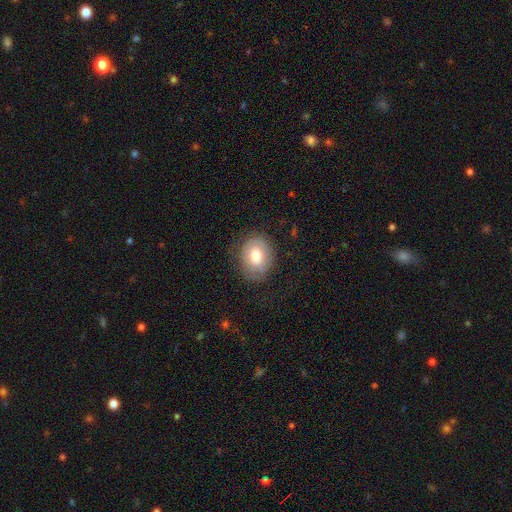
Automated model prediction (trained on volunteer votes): This is likely a smooth galaxy (67%). How rounded: possibly round (50%). Merging: likely none (75%).